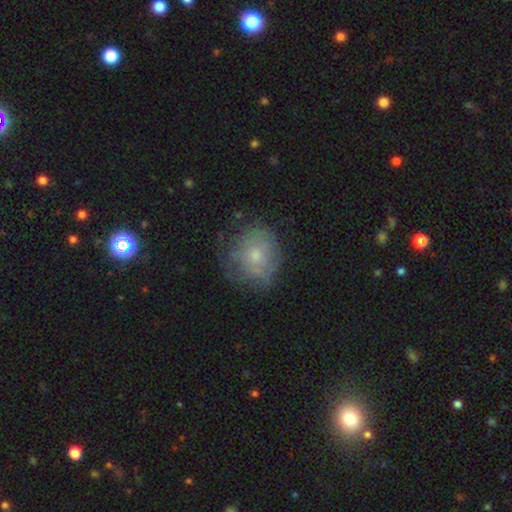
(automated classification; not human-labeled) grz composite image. It shows a smooth galaxy with no disk features (55%) that is round (75%). Merging: none (60%).